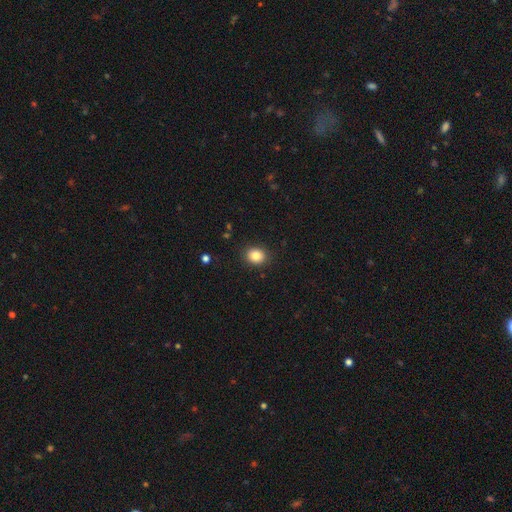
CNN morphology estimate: A smooth galaxy with no disk features (84%) that is round (63%).

Vote fractions:
- Smooth or featured? smooth: 84% / star or artifact: 10% / featured or disk: 6%
- How rounded? round: 63% / in between: 36% / cigar-shaped: 1%
- Merging? none: 89% / minor disturbance: 7% / major disturbance: 2% / merger: 1%